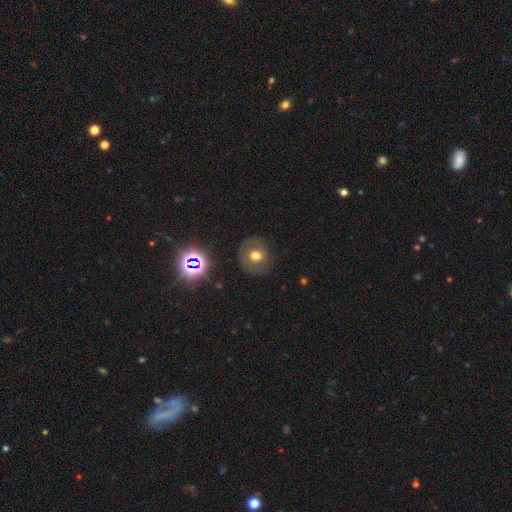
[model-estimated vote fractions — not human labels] smooth 57%, featured or disk 28%, star or artifact 15%. Down the decision tree: how rounded — round (83%); merging — none (80%).